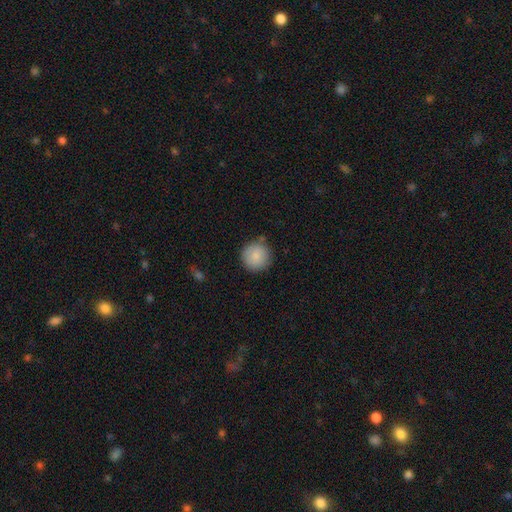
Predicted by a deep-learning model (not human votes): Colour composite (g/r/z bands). It shows a smooth galaxy with no disk features (86%) that is round (95%). Merging: none (81%).